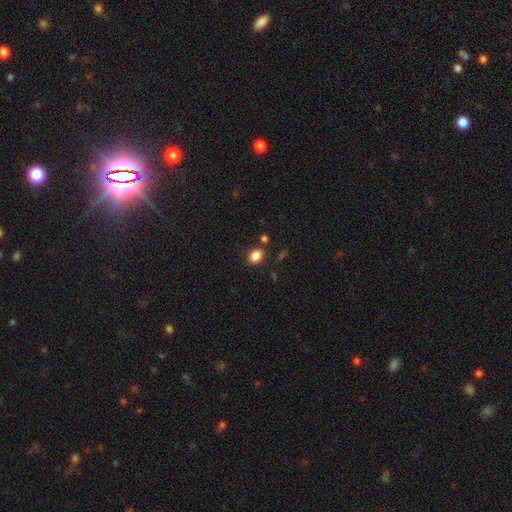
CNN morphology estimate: A smooth galaxy with no disk features (86%) that is in between round and cigar-shaped (57%).

Vote fractions:
- Smooth or featured? smooth: 86% / star or artifact: 10% / featured or disk: 4%
- How rounded? in between: 57% / round: 42% / cigar-shaped: 1%
- Merging? none: 78% / minor disturbance: 12% / merger: 6% / major disturbance: 4%